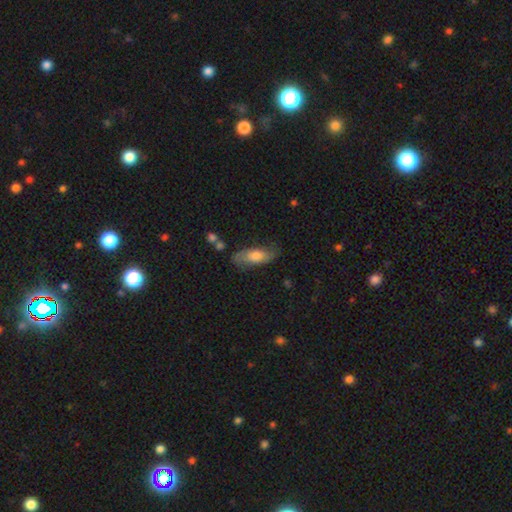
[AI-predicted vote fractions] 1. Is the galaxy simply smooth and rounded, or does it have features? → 61% smooth, 33% featured or disk, 7% star or artifact.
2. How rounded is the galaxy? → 76% in between, 21% cigar-shaped, 3% round.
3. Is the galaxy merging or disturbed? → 69% none, 21% minor disturbance, 7% major disturbance, 3% merger.